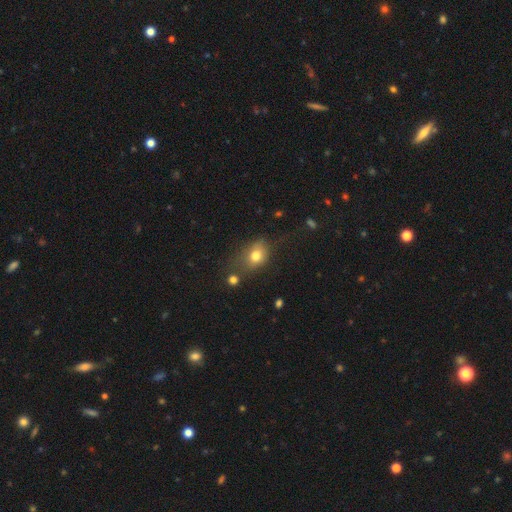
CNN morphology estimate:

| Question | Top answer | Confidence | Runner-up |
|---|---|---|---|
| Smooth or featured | smooth | 76% | star or artifact (12%) |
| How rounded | in between | 56% | round (42%) |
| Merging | none | 51% | minor disturbance (26%) |